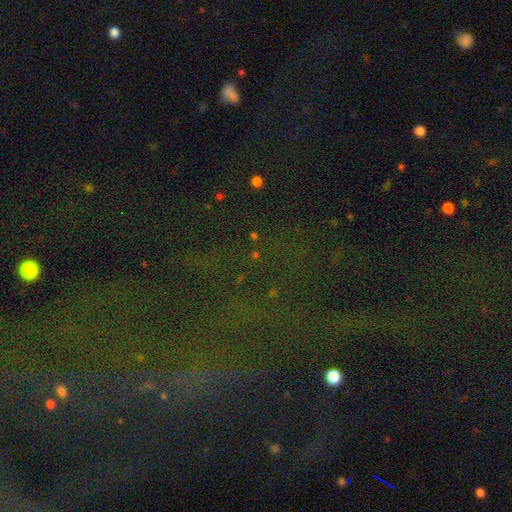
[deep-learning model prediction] Q: Smooth or featured?
A: star or artifact (73%); runner-up: smooth (17%)